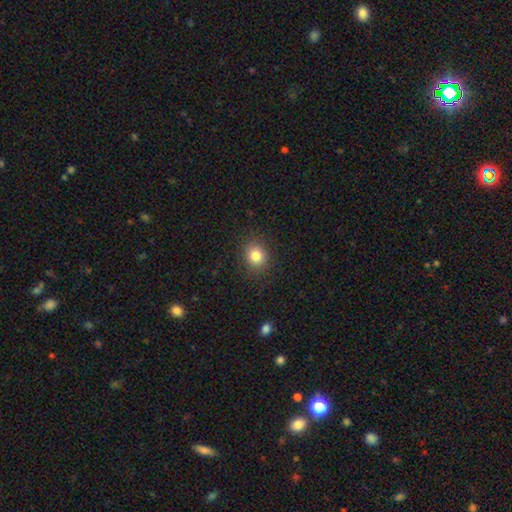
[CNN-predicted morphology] The model was most divided on "how rounded": round: 73%, in between: 26%, cigar-shaped: 1%. More confident: merging — none (87%); smooth or featured — smooth (82%).